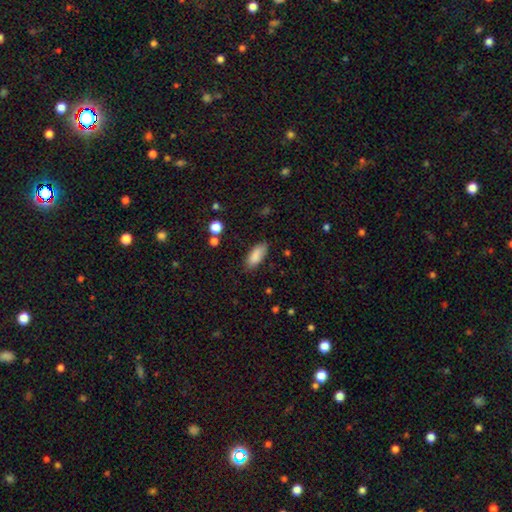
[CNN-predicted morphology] Overall: smooth (87%). How rounded: in between (84%). Merging: none (79%).